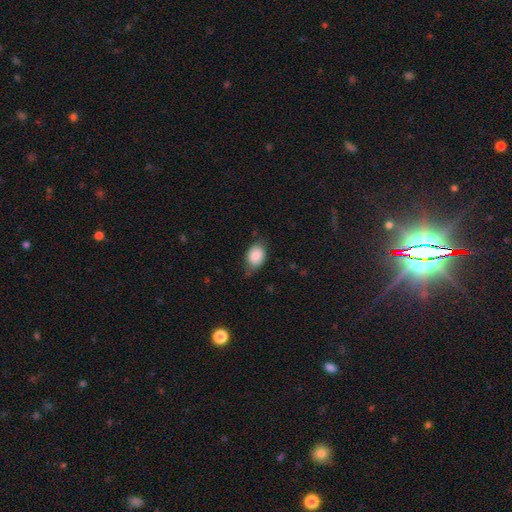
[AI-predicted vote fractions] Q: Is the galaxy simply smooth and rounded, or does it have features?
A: smooth — 85%.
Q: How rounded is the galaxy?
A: in between — 71%.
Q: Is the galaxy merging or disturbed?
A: none — 63%.